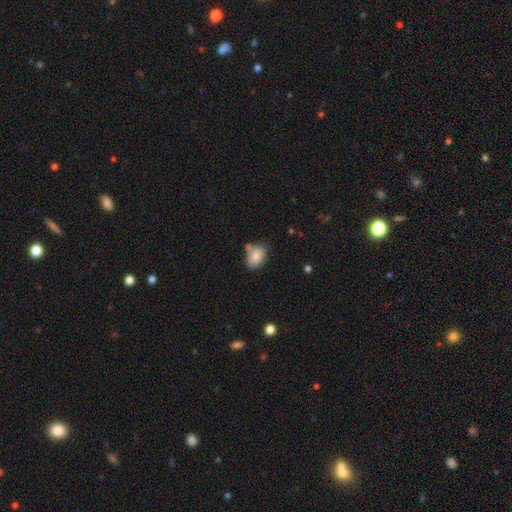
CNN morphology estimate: Overall: smooth (83%). How rounded: in between (83%). Merging: none (58%; minor disturbance 24%).